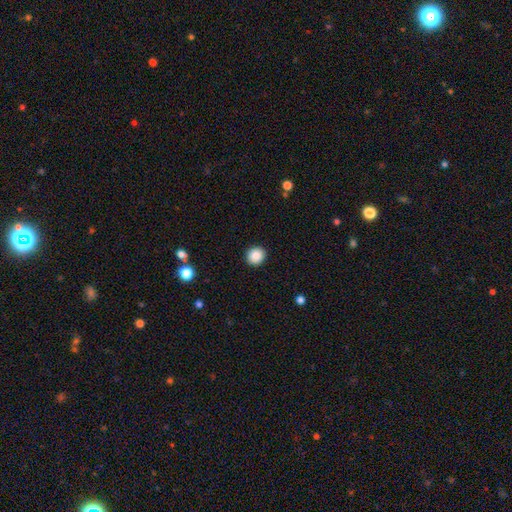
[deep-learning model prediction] A smooth galaxy with no disk features (87%) that is round (87%).

Vote fractions:
- Smooth or featured? smooth: 87% / star or artifact: 9% / featured or disk: 4%
- How rounded? round: 87% / in between: 13% / cigar-shaped: 1%
- Merging? none: 92% / minor disturbance: 5% / major disturbance: 2% / merger: 1%